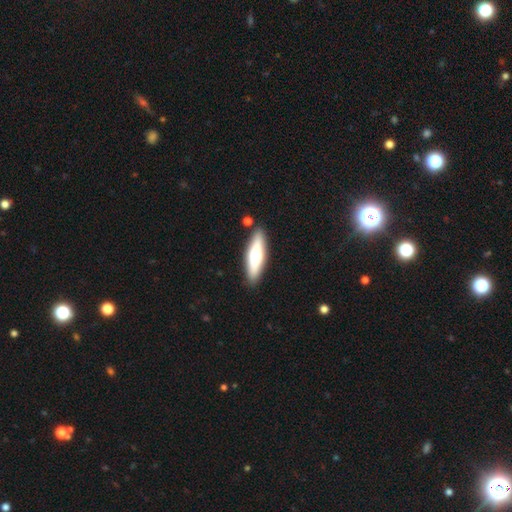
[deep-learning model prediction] Morphology: type=smooth (57%); roundness=cigar-shaped (64%); merging=none (86%).